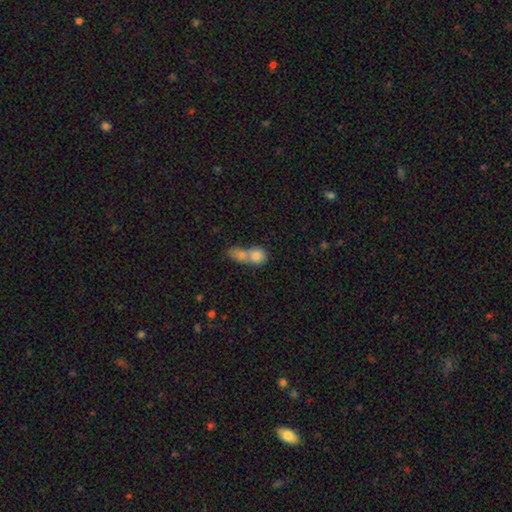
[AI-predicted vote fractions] A smooth galaxy with no disk features (77%) that is round (63%).

Vote fractions:
- Smooth or featured? smooth: 77% / featured or disk: 14% / star or artifact: 8%
- How rounded? round: 63% / in between: 34% / cigar-shaped: 3%
- Merging? merger: 72% / none: 19% / minor disturbance: 5% / major disturbance: 4%